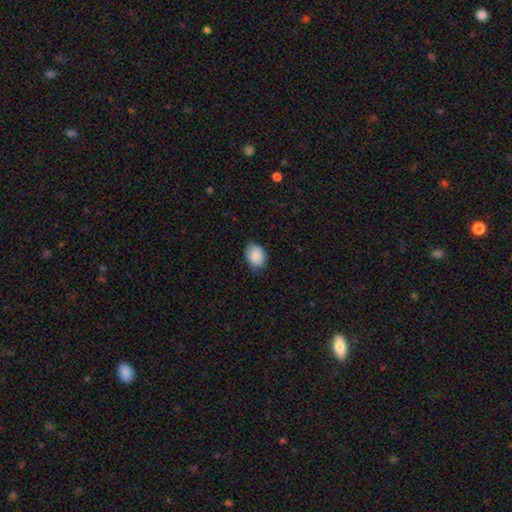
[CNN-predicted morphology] The model was most divided on "how rounded": in between: 69%, round: 30%, cigar-shaped: 1%. More confident: smooth or featured — smooth (88%); merging — none (79%).